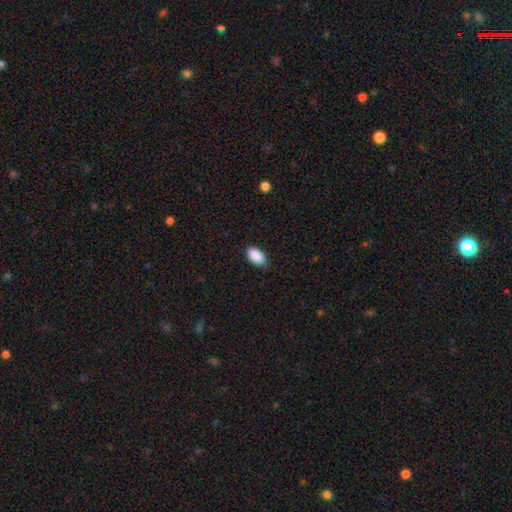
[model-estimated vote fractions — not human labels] A smooth galaxy with no disk features (90%) that is in between round and cigar-shaped (94%). Merging: none (79%).